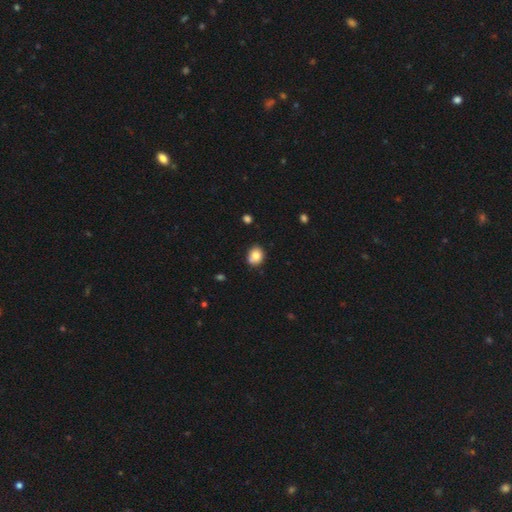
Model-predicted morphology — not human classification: smooth 80%, star or artifact 10%, featured or disk 10%. Down the decision tree: how rounded — round (64%); merging — none (70%).